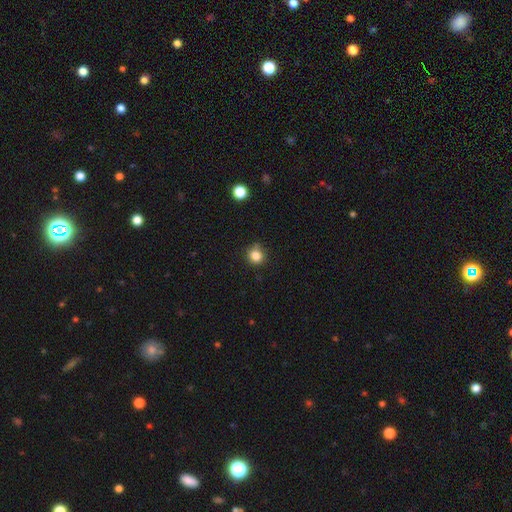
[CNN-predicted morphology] This is clearly a smooth galaxy (83%). How rounded: clearly round (87%). Merging: likely none (79%).